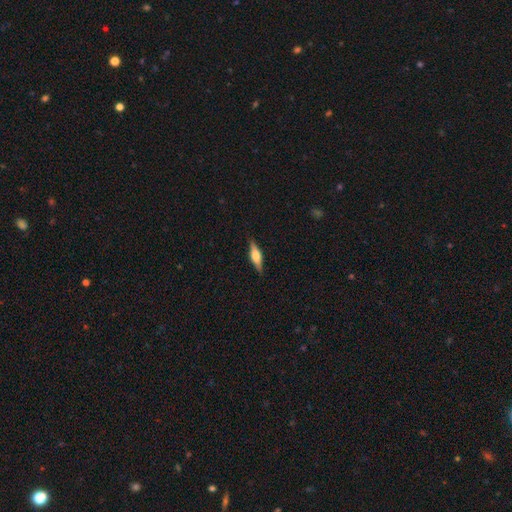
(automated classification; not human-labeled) A featured or disk galaxy (63%) viewed edge-on (96%) with a rounded central bulge (86%). Merging: none (88%).